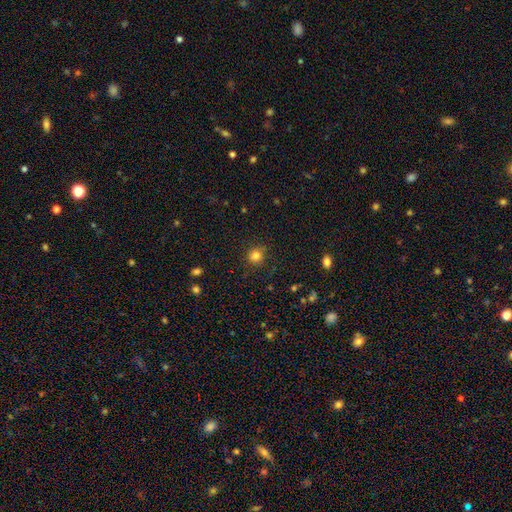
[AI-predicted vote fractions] A smooth galaxy with no disk features (82%) that is round (87%). Merging: none (86%).